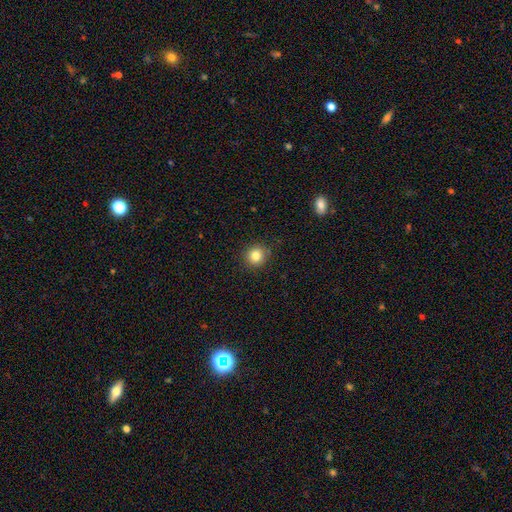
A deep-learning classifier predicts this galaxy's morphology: The model was most divided on "smooth or featured": smooth: 83%, star or artifact: 11%, featured or disk: 6%. More confident: how rounded — round (92%); merging — none (89%).